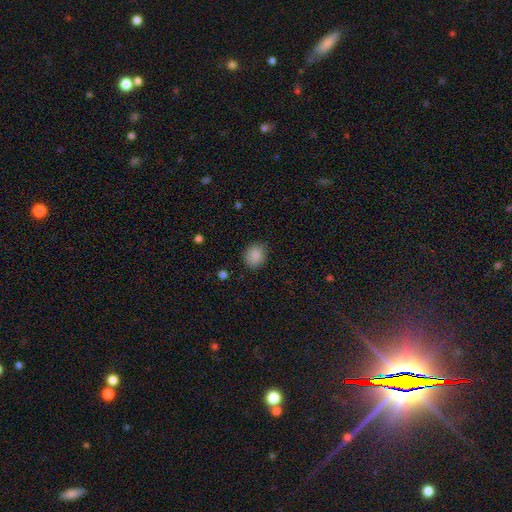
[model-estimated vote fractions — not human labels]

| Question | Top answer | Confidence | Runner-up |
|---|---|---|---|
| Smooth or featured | smooth | 87% | star or artifact (9%) |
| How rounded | round | 72% | in between (27%) |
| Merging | none | 83% | minor disturbance (13%) |